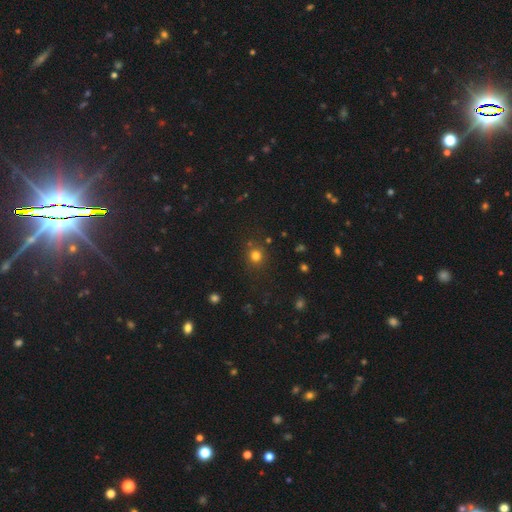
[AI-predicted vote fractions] A smooth galaxy with no disk features (77%) that is round (89%). Merging: none (82%).